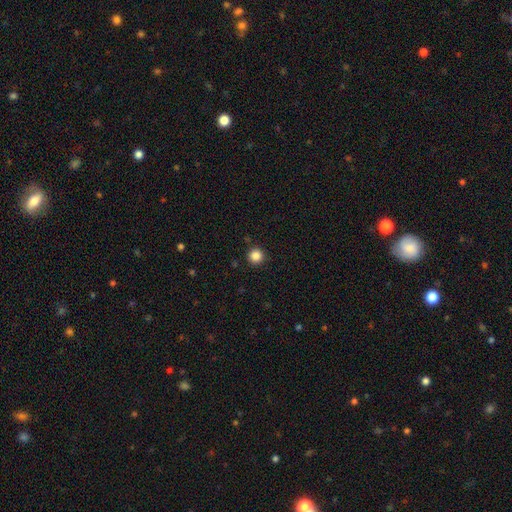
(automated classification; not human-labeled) Smooth or featured: smooth — 85% (star or artifact — 12%)
How rounded: round — 96% (in between — 3%)
Merging: none — 92% (minor disturbance — 5%)